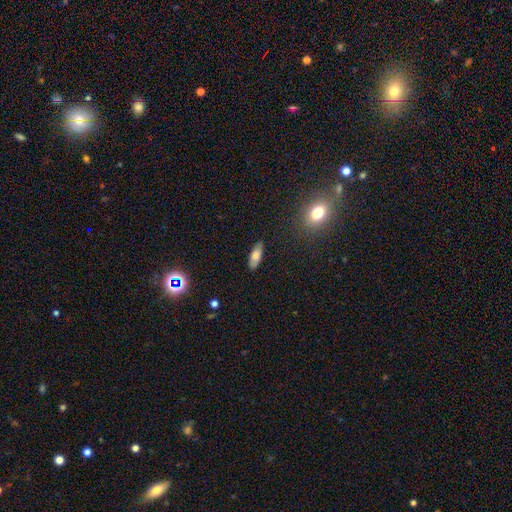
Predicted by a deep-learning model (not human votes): smooth_or_featured: smooth (p=0.75) [alt: featured or disk p=0.17]
how_rounded: in between (p=0.73) [alt: cigar-shaped p=0.25]
merging: none (p=0.86) [alt: minor disturbance p=0.11]